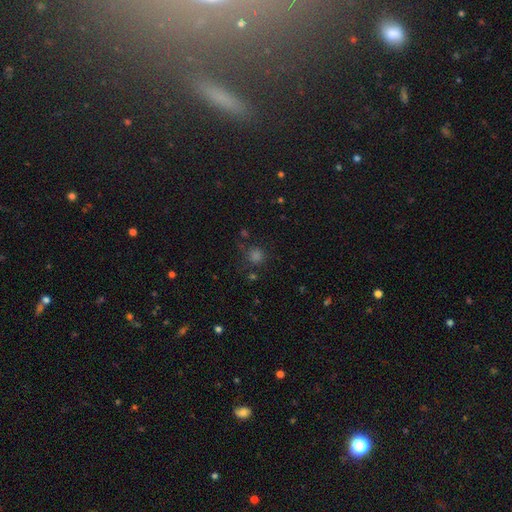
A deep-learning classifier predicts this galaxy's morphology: smooth_or_featured: smooth (p=0.64) [alt: star or artifact p=0.29]
how_rounded: round (p=0.91) [alt: in between p=0.08]
merging: none (p=0.77) [alt: minor disturbance p=0.12]